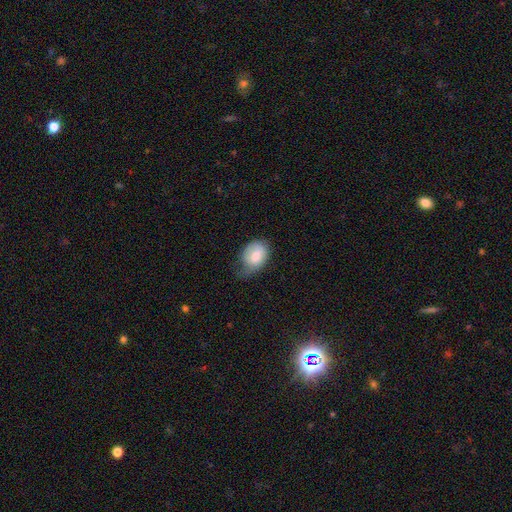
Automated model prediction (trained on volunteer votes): This is likely a smooth galaxy (76%). How rounded: likely in between (73%). Merging: marginally minor disturbance (43%).